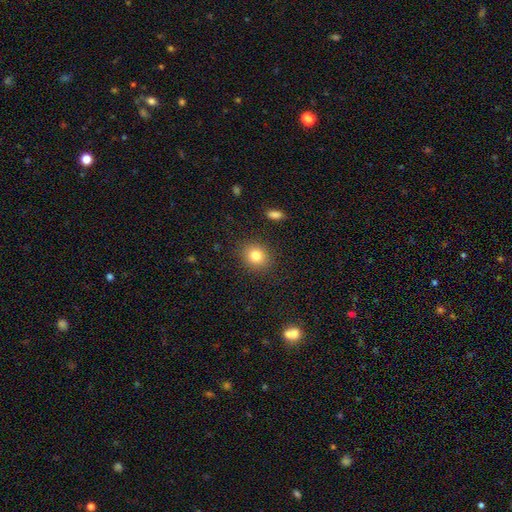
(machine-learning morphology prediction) This is clearly a smooth galaxy (82%). How rounded: likely round (75%). Merging: clearly none (88%).